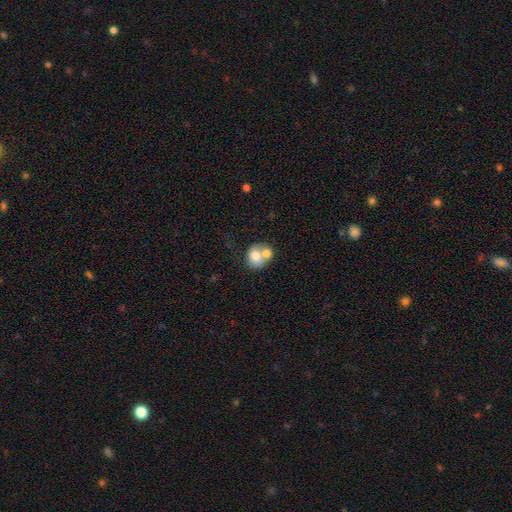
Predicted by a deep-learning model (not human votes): smooth_or_featured: smooth (p=0.70) [alt: featured or disk p=0.22]
how_rounded: round (p=0.62) [alt: in between p=0.37]
merging: merger (p=0.61) [alt: none p=0.27]